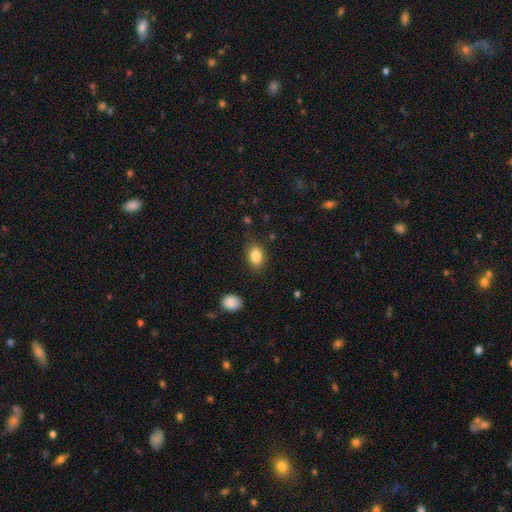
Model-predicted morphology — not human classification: This is clearly a smooth galaxy (85%). How rounded: clearly in between (82%). Merging: clearly none (81%).